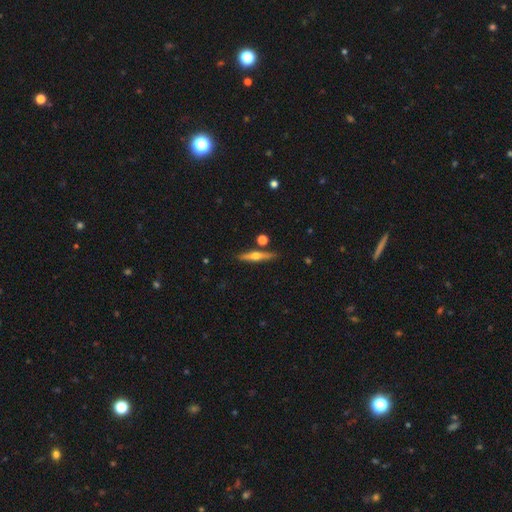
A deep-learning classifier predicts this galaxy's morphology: smooth-or-featured: featured or disk: 64% | smooth: 30% | star or artifact: 6%
  disk-edge-on: yes: 96% | no: 4%
    edge-on-bulge: rounded: 93% | none: 4% | boxy: 3%
  merging: none: 86% | minor disturbance: 8% | merger: 4% | major disturbance: 2%